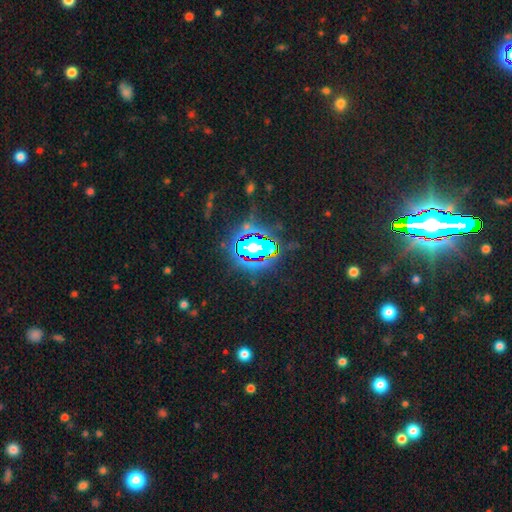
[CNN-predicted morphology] star or artifact 86%, smooth 7%, featured or disk 7%.